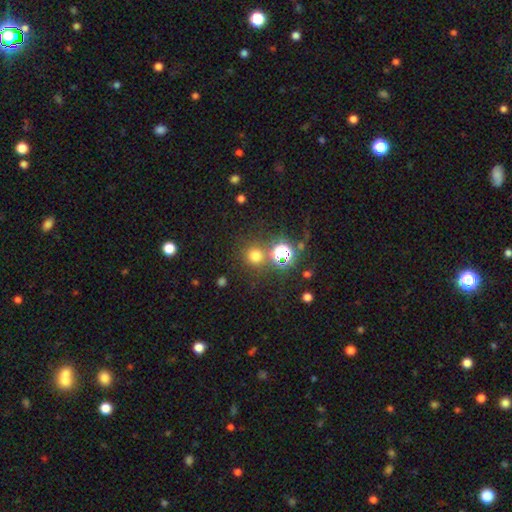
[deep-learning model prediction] Smooth or featured? Predicted: smooth (p=0.66). How rounded? Predicted: round (p=0.92). Merging? Predicted: none (p=0.76).